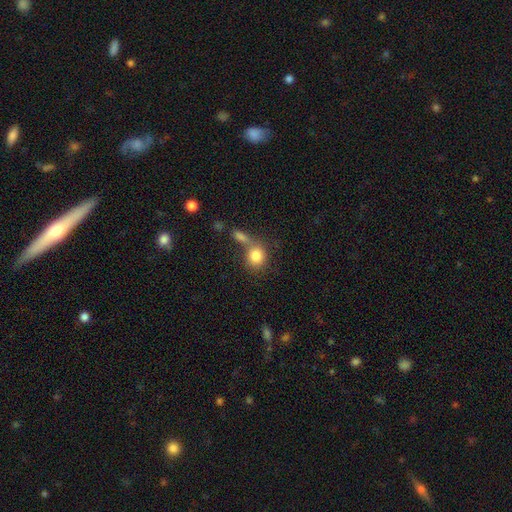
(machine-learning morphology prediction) This appears to be a smooth galaxy with no disk features (82%) that is round (76%). Merging: none (48%).